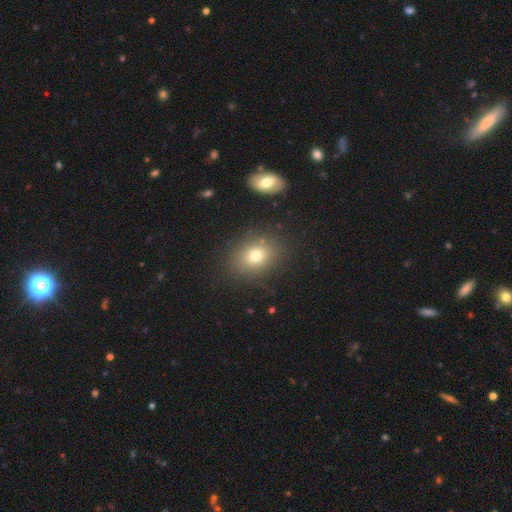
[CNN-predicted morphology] The model was most divided on "how rounded": in between: 54%, round: 44%, cigar-shaped: 1%. More confident: merging — none (81%); smooth or featured — smooth (75%).